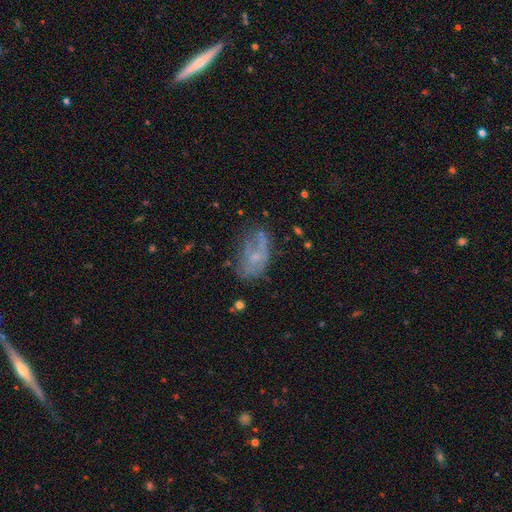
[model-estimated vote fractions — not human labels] Morphology: type=featured or disk (47%); merging=none (42%).